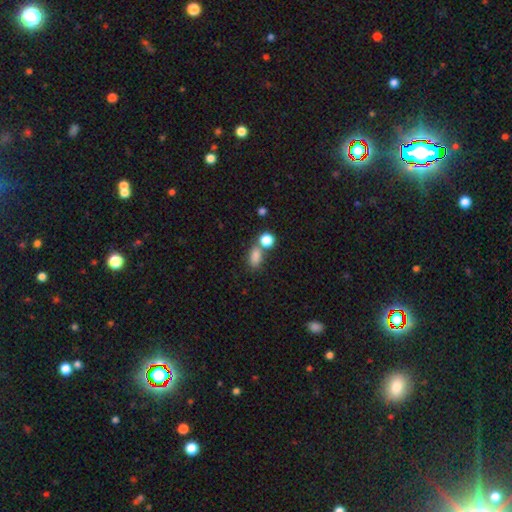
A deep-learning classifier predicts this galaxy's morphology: smooth_or_featured: smooth (p=0.82) [alt: star or artifact p=0.12]
how_rounded: in between (p=0.78) [alt: round p=0.19]
merging: none (p=0.53) [alt: merger p=0.29]